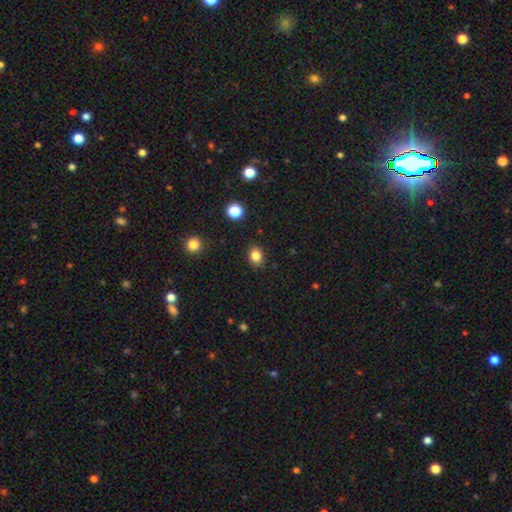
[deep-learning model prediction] Smooth or featured: smooth — 84% (star or artifact — 11%)
How rounded: in between — 54% (round — 45%)
Merging: none — 86% (minor disturbance — 10%)